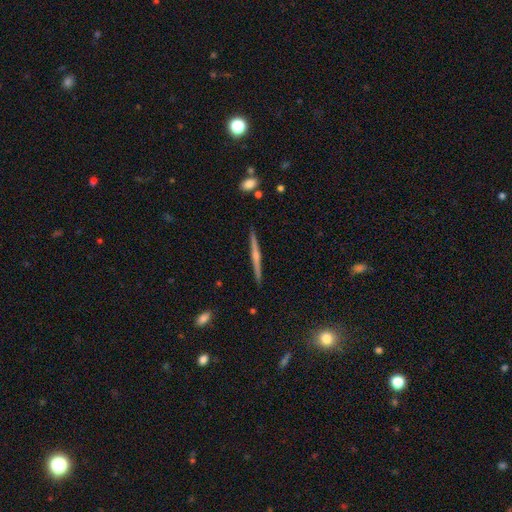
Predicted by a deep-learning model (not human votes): Smooth or featured? featured or disk (74%)
Edge-on disk? yes (98%)
Edge-on bulge? rounded (77%)
Merging? none (91%)